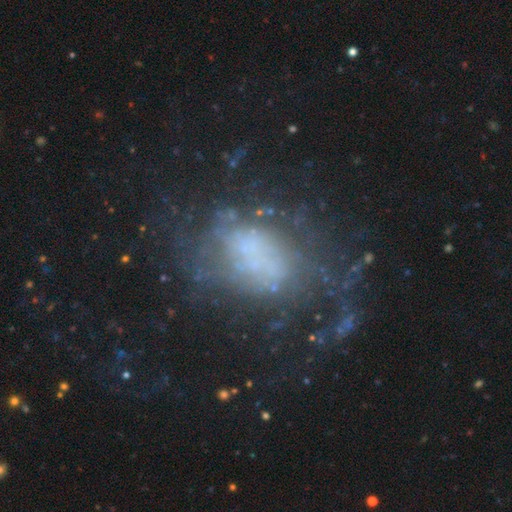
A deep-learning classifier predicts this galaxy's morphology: The model was most divided on "merging": none: 45%, major disturbance: 32%, minor disturbance: 19%, merger: 4%. Remaining: edge-on disk — no (95%); bar — no (76%); smooth or featured — featured or disk (62%); spiral arms — yes (61%); bulge size — none (47%).